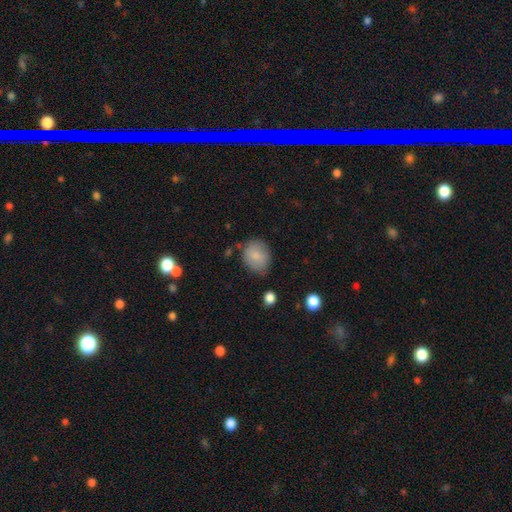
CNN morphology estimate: type=smooth (83%); roundness=round (57%); merging=none (71%).